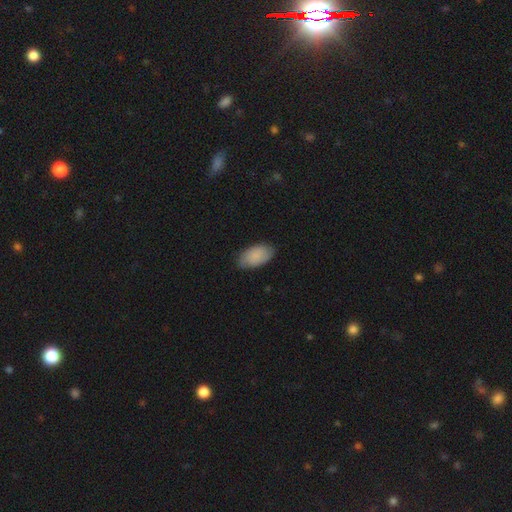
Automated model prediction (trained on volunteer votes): A smooth galaxy with no disk features (84%) that is in between round and cigar-shaped (95%).

Vote fractions:
- Smooth or featured? smooth: 84% / featured or disk: 10% / star or artifact: 6%
- How rounded? in between: 95% / round: 3% / cigar-shaped: 2%
- Merging? none: 78% / minor disturbance: 18% / major disturbance: 3% / merger: 1%